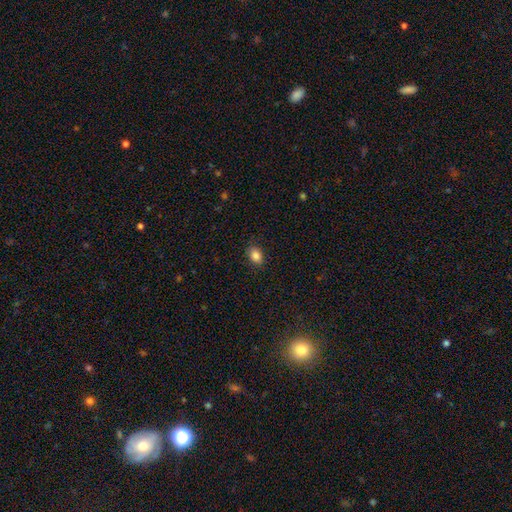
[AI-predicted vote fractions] A smooth galaxy with no disk features (86%) that is in between round and cigar-shaped (79%).

Vote fractions:
- Smooth or featured? smooth: 86% / star or artifact: 9% / featured or disk: 5%
- How rounded? in between: 79% / round: 20% / cigar-shaped: 1%
- Merging? none: 87% / minor disturbance: 9% / major disturbance: 2% / merger: 1%